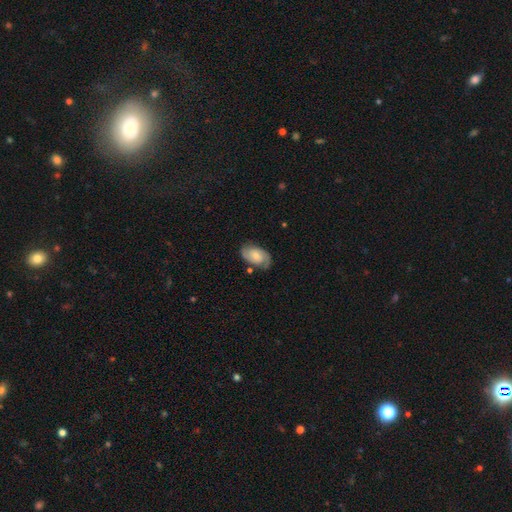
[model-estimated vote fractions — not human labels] Smooth or featured? featured or disk (66%)
Edge-on disk? no (96%)
Bar? no (64%)
Spiral arms? yes (91%)
Spiral winding? tight (42%)
Spiral arm count? 2 (79%)
Bulge size? small (48%)
Merging? none (70%)